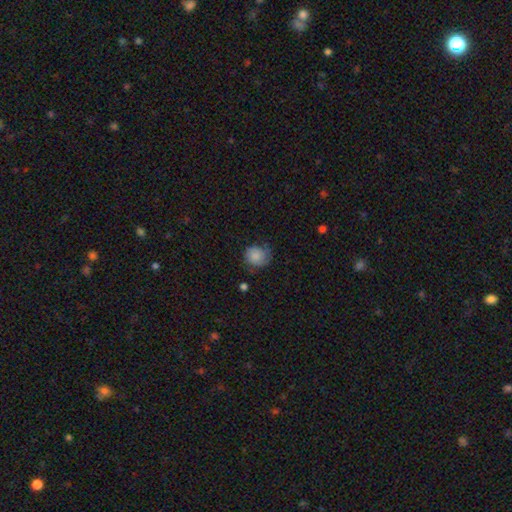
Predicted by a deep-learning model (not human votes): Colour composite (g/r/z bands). It shows a smooth galaxy with no disk features (80%) that is round (77%). Merging: none (57%).